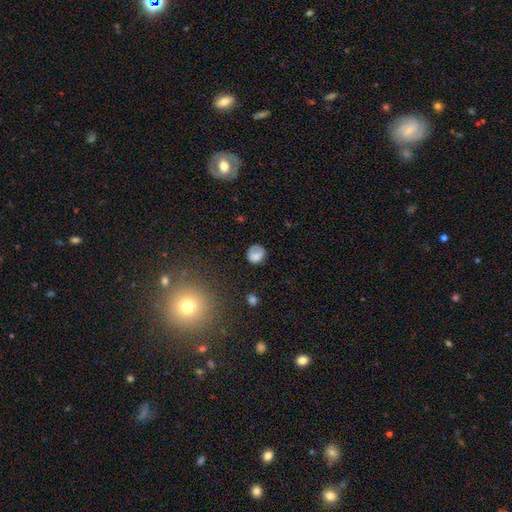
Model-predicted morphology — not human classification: This is likely a smooth galaxy (78%). How rounded: likely round (77%). Merging: likely none (67%).